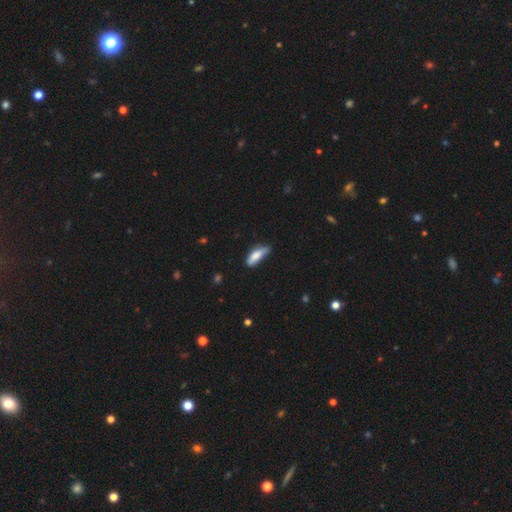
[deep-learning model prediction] smooth 77%, featured or disk 17%, star or artifact 7%. Down the decision tree: how rounded — in between (57%); merging — none (48%).